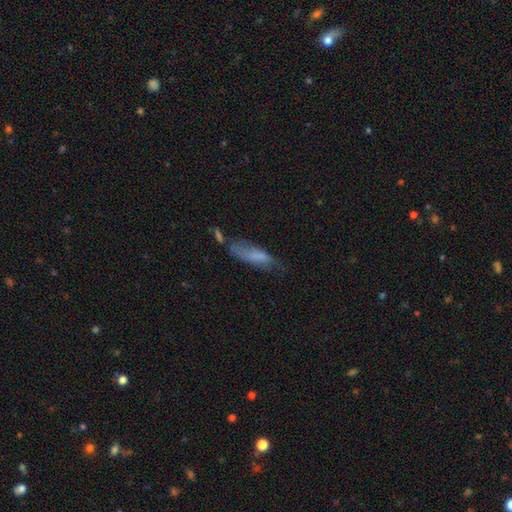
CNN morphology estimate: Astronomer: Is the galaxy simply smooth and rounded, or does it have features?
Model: smooth — 66%.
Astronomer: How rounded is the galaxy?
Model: cigar-shaped — 56% (runner-up: in between, 42%).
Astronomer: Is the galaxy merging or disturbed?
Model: none — 40% (runner-up: minor disturbance, 30%).